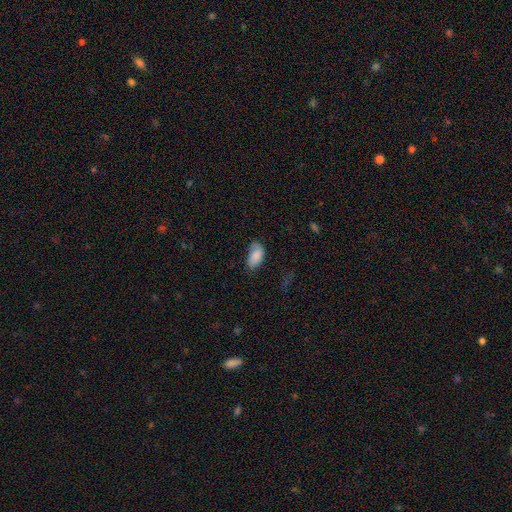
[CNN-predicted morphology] This appears to be a smooth galaxy with no disk features (82%) that is in between round and cigar-shaped (94%). Merging: none (51%).